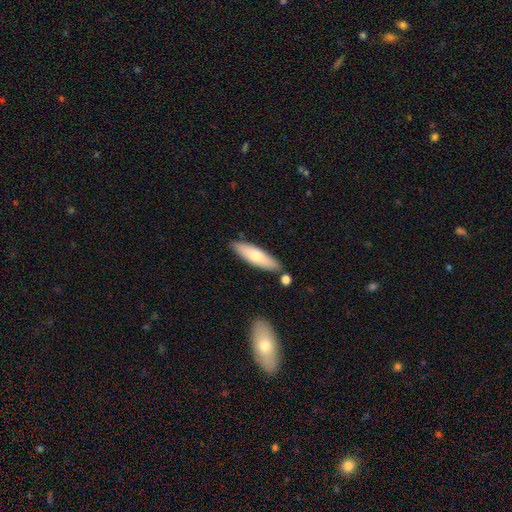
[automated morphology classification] Smooth or featured: smooth — 68% (featured or disk — 26%)
How rounded: cigar-shaped — 58% (in between — 40%)
Merging: none — 81% (minor disturbance — 11%)